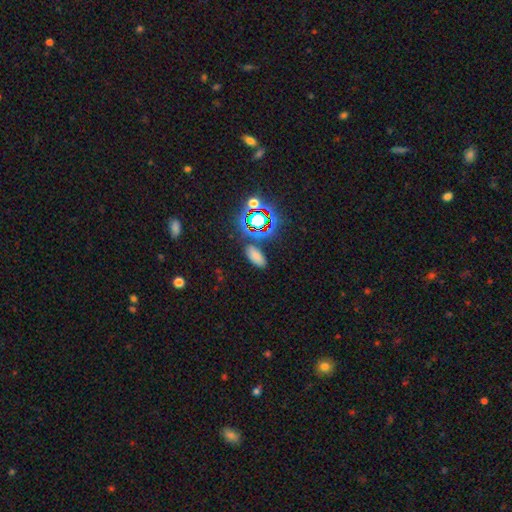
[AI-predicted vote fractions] Q: Smooth or featured?
A: smooth (67%); runner-up: star or artifact (25%)
Q: How rounded?
A: in between (86%); runner-up: cigar-shaped (9%)
Q: Merging?
A: none (80%); runner-up: minor disturbance (10%)